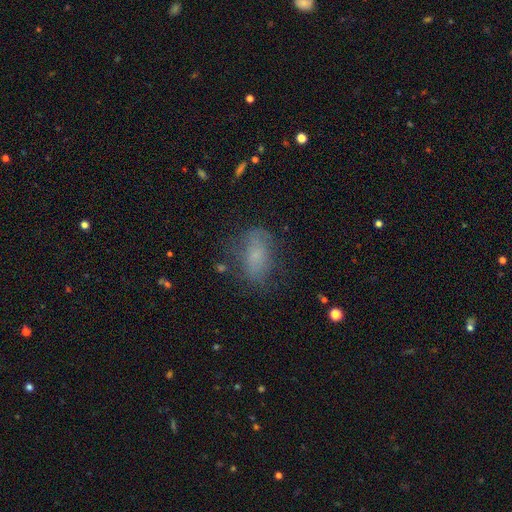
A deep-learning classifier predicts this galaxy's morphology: smooth 63%, featured or disk 23%, star or artifact 14%. Down the decision tree: how rounded — in between (86%); merging — none (59%).